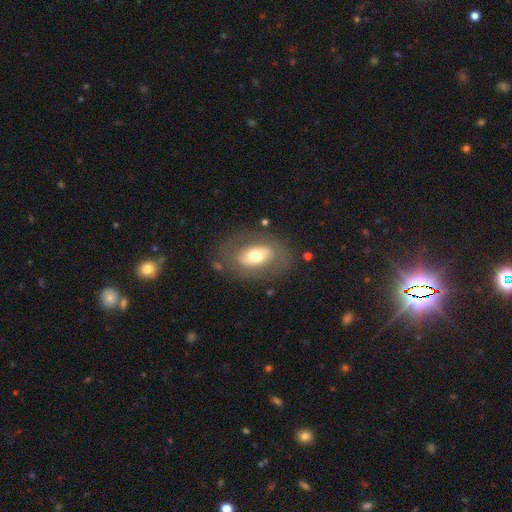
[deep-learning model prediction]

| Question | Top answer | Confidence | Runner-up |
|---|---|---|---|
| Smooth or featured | smooth | 48% | featured or disk (45%) |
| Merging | none | 74% | minor disturbance (14%) |